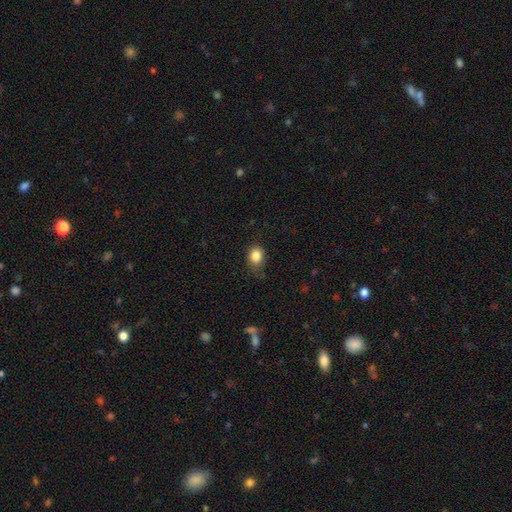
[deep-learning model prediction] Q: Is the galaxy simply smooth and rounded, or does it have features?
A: smooth — 84%.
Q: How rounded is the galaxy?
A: in between — 50%.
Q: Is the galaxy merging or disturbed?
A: none — 69%.